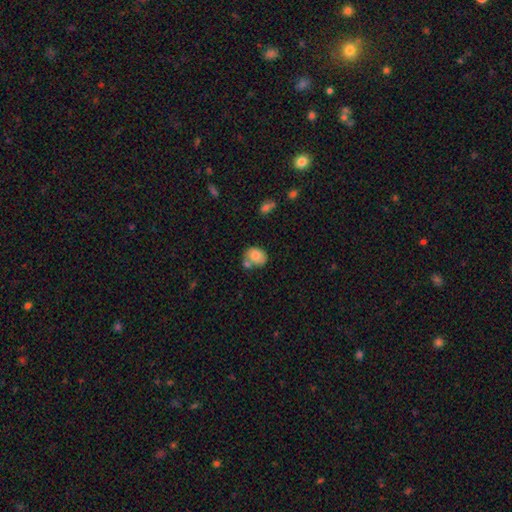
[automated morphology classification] smooth-or-featured: smooth: 78% | featured or disk: 14% | star or artifact: 8%
  how-rounded: in between: 56% | round: 43% | cigar-shaped: 1%
  merging: none: 43% | merger: 34% | minor disturbance: 18% | major disturbance: 6%